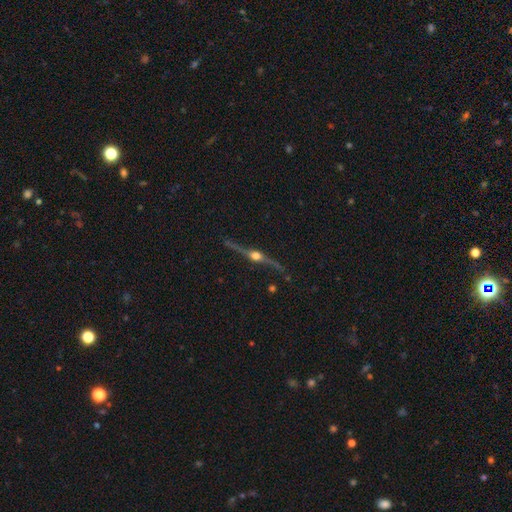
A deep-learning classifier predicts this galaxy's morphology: Overall: featured or disk (89%). Edge-on disk: yes (96%). Edge-on bulge: rounded (96%). Merging: none (84%).